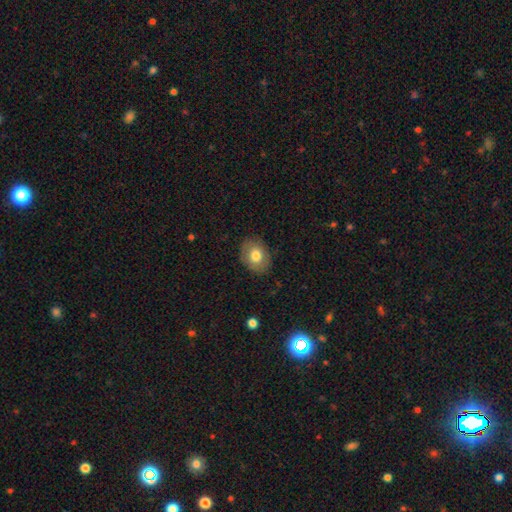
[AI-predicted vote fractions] Morphology: type=smooth (76%); roundness=in between (62%); merging=none (84%).